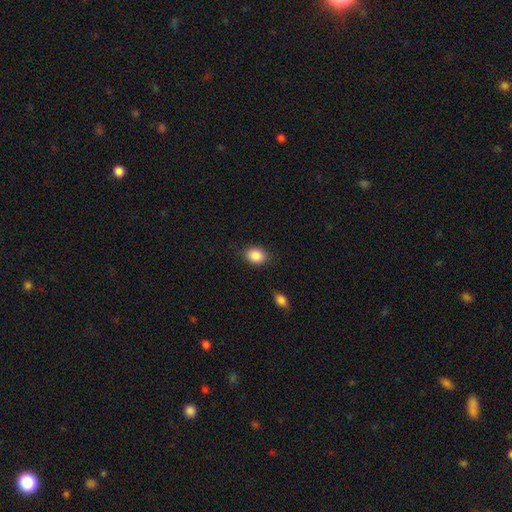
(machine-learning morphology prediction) The model was most divided on "how rounded": in between: 63%, round: 36%, cigar-shaped: 1%. More confident: smooth or featured — smooth (88%); merging — none (83%).